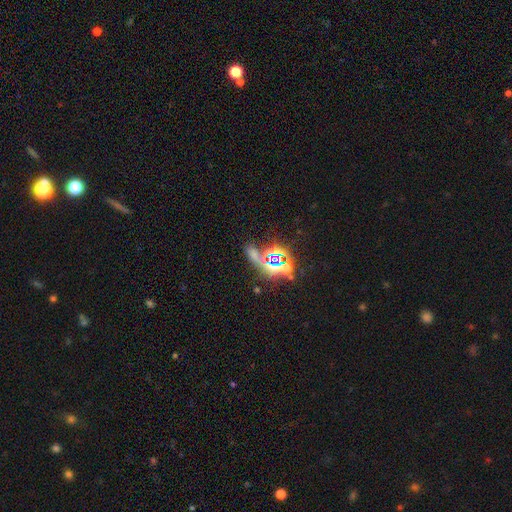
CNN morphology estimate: A star or artifact, not a galaxy (61%).